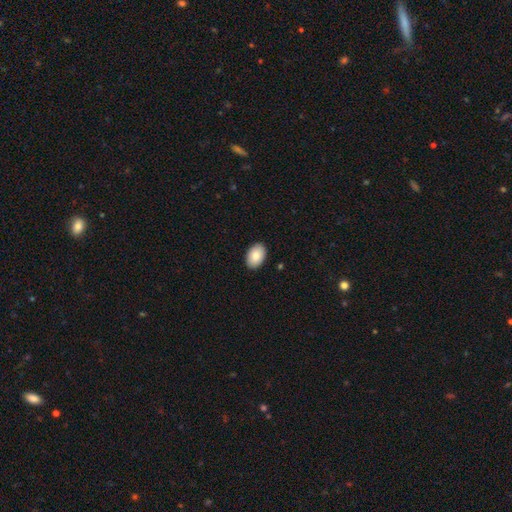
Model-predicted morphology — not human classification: smooth_or_featured: smooth (p=0.84) [alt: featured or disk p=0.10]
how_rounded: in between (p=0.89) [alt: round p=0.10]
merging: none (p=0.90) [alt: minor disturbance p=0.07]